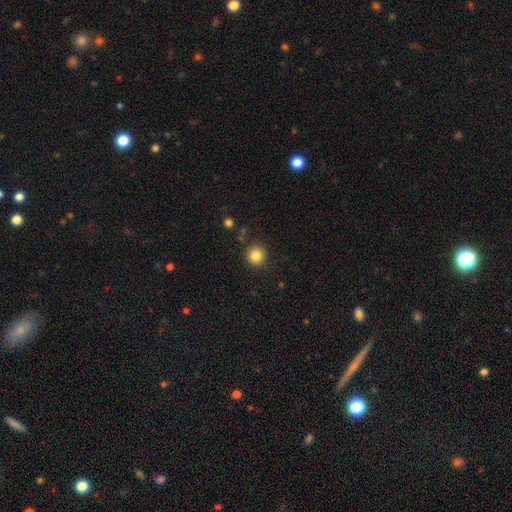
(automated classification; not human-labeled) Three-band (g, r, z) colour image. It shows a smooth galaxy with no disk features (84%) that is round (94%). Merging: none (89%).